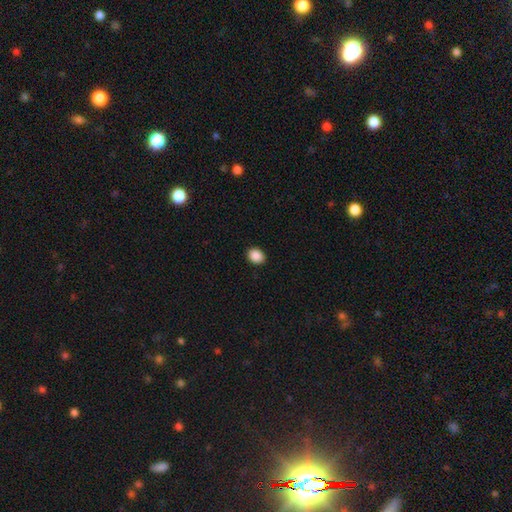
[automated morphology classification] Smooth or featured: smooth — 89% (star or artifact — 8%)
How rounded: in between — 54% (round — 45%)
Merging: none — 91% (minor disturbance — 6%)